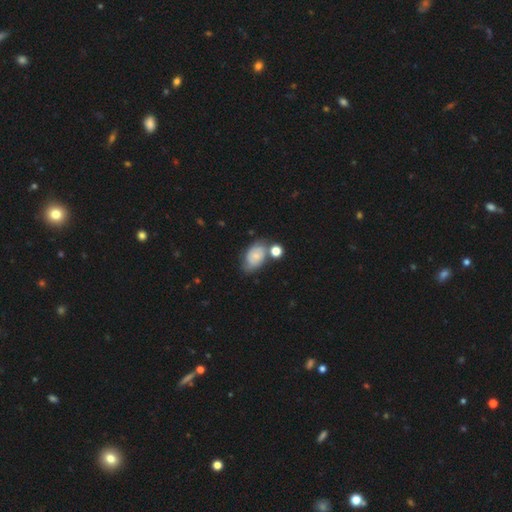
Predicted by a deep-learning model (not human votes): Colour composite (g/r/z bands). It shows a smooth galaxy with no disk features (54%) that is in between round and cigar-shaped (84%). Merging: none (50%).